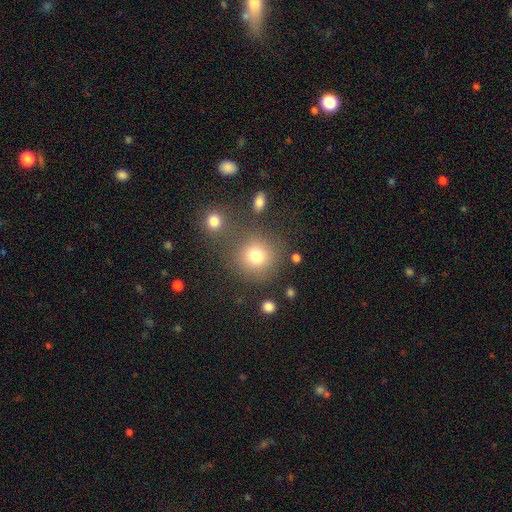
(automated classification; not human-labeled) This appears to be a smooth galaxy with no disk features (78%) that is round (90%). Merging: none (72%).